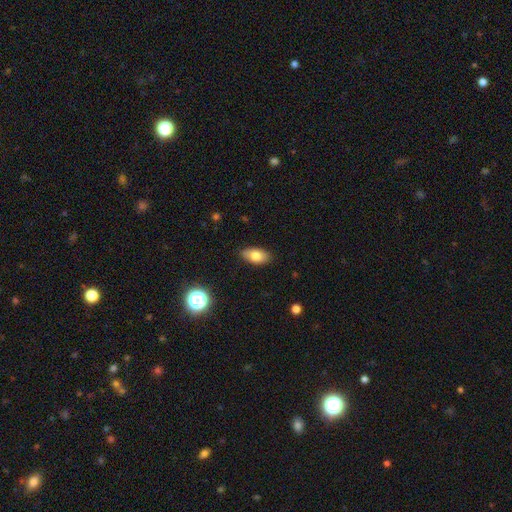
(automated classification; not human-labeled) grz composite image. It shows a smooth galaxy with no disk features (77%) that is in between round and cigar-shaped (92%). Merging: none (85%).